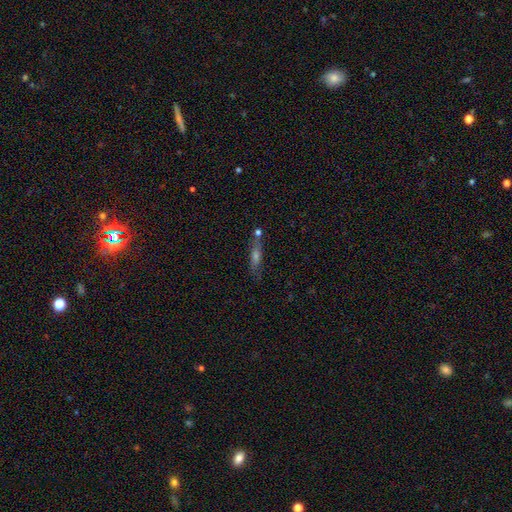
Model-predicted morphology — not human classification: A featured or disk galaxy (43%).

Vote fractions:
- Smooth or featured? featured or disk: 43% / smooth: 41% / star or artifact: 16%
- Merging? none: 70% / minor disturbance: 15% / merger: 10% / major disturbance: 5%